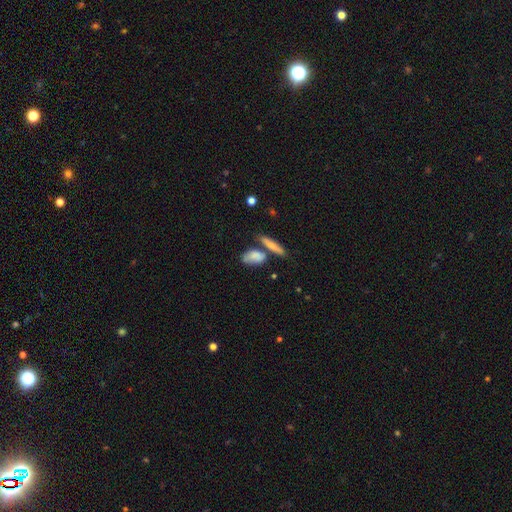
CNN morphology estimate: This is likely a smooth galaxy (69%). How rounded: likely in between (61%). Merging: possibly none (52%).